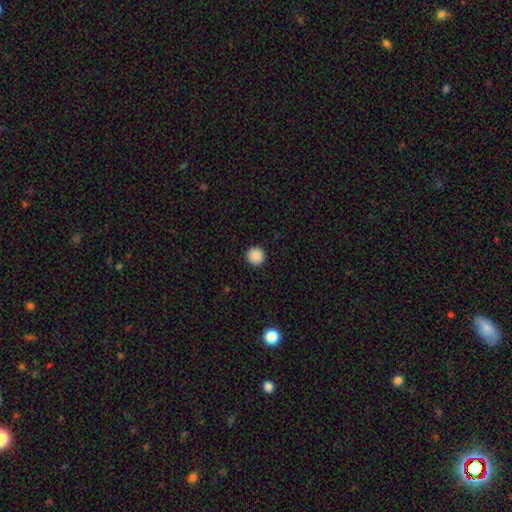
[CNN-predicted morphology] type=smooth (89%); roundness=round (95%); merging=none (93%).